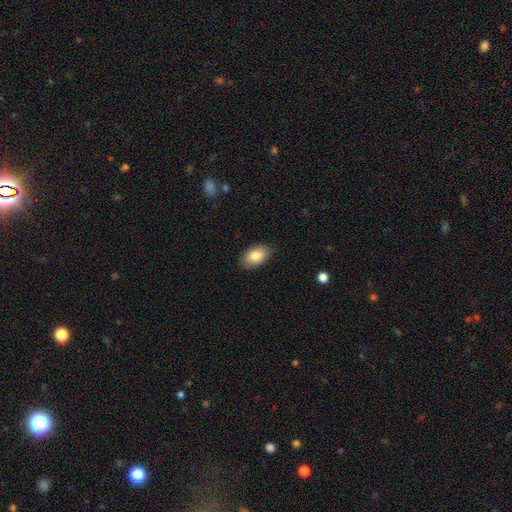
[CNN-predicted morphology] type=smooth (82%); roundness=in between (92%); merging=none (87%).